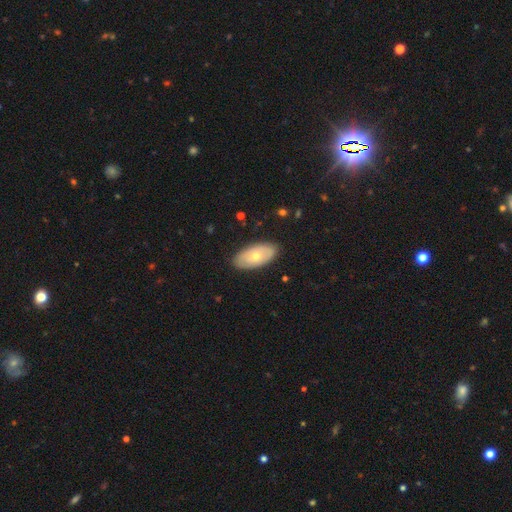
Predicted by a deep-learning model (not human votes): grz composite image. It shows a smooth galaxy with no disk features (56%) that is in between round and cigar-shaped (93%). Merging: none (87%).